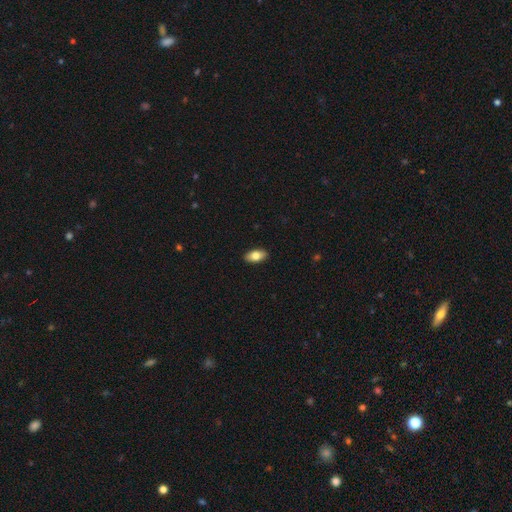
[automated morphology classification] Q: Smooth or featured?
A: smooth (79%); runner-up: featured or disk (14%)
Q: How rounded?
A: in between (91%); runner-up: cigar-shaped (5%)
Q: Merging?
A: none (90%); runner-up: minor disturbance (7%)